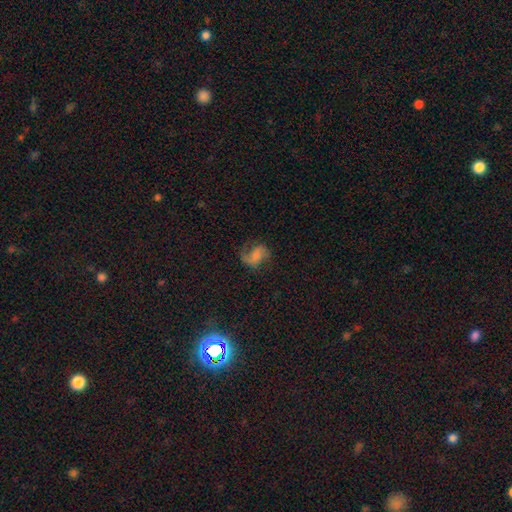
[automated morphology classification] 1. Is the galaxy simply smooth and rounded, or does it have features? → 63% featured or disk, 26% smooth, 10% star or artifact.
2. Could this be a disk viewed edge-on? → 98% no, 2% yes.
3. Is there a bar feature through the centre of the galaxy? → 43% no, 41% weak, 16% strong.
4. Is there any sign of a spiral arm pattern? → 92% yes, 8% no.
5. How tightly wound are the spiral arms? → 48% loose, 41% medium, 11% tight.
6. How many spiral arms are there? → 75% 2, 18% 1, 4% can't tell, 1% 3, 1% 4, 1% more than 4.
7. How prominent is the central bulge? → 42% none, 22% small, 20% moderate, 13% large, 3% dominant.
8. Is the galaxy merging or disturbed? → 59% none, 20% major disturbance, 19% minor disturbance, 2% merger.